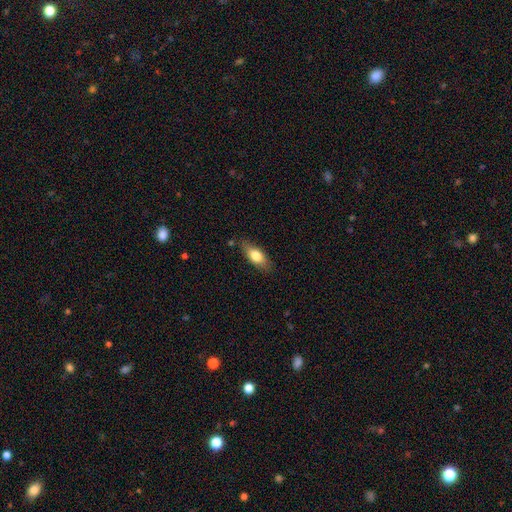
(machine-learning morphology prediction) Q: Smooth or featured?
A: smooth (72%); runner-up: featured or disk (21%)
Q: How rounded?
A: in between (75%); runner-up: cigar-shaped (22%)
Q: Merging?
A: none (79%); runner-up: minor disturbance (15%)